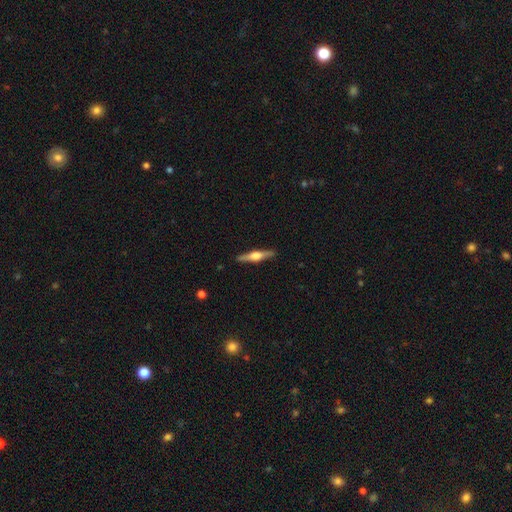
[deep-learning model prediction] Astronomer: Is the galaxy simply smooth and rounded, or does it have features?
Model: featured or disk — 71%.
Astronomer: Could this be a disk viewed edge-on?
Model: yes — 98%.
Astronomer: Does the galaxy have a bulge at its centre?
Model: rounded — 90%.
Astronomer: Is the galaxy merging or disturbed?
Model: none — 91%.